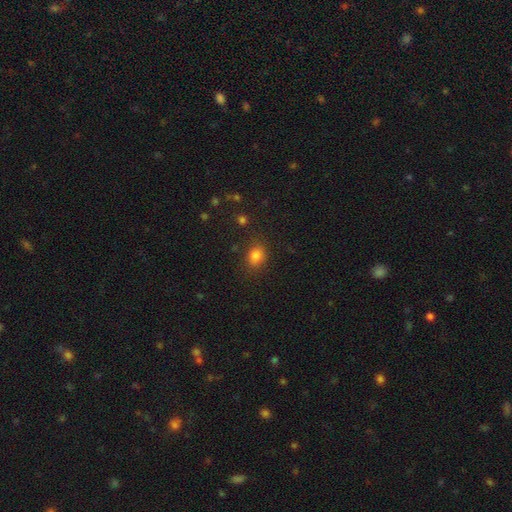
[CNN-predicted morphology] type=smooth (81%); roundness=in between (54%); merging=none (80%).